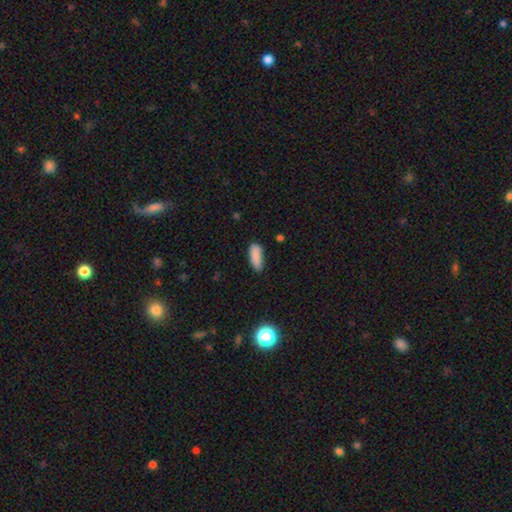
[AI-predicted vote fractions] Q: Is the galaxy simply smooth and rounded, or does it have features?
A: smooth — 86%.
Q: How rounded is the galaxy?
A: in between — 71%.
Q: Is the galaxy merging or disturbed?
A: none — 74%.